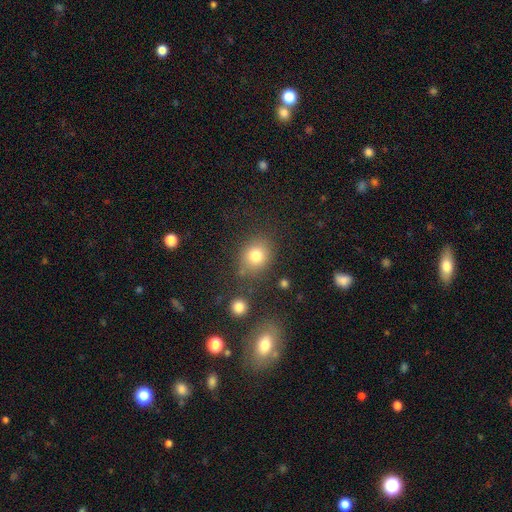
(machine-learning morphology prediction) Smooth or featured? smooth (79%)
How rounded? round (63%)
Merging? none (75%)